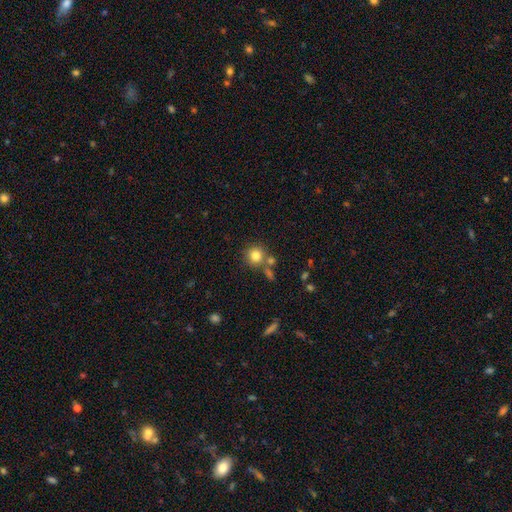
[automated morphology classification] Q: Smooth or featured?
A: smooth (80%); runner-up: star or artifact (11%)
Q: How rounded?
A: round (91%); runner-up: in between (8%)
Q: Merging?
A: none (69%); runner-up: merger (17%)